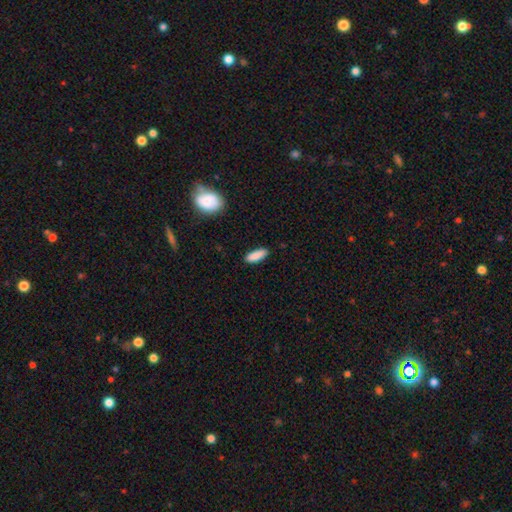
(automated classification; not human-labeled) This is clearly a smooth galaxy (88%). How rounded: likely in between (60%). Merging: clearly none (85%).